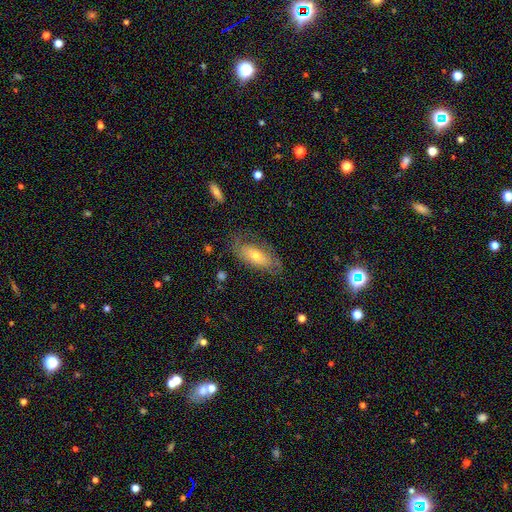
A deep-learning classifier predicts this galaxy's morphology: Smooth or featured? smooth (47%)
Merging? none (66%)